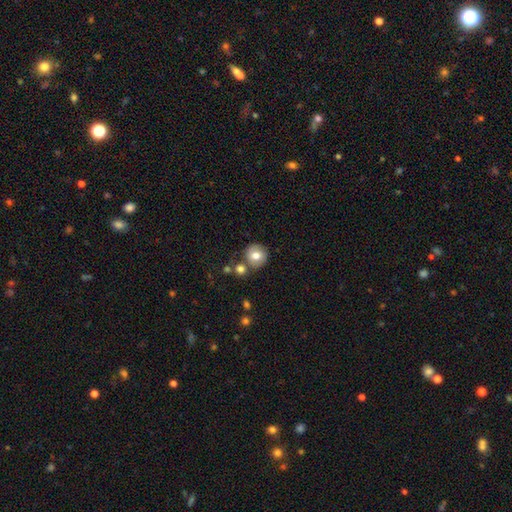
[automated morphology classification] A smooth galaxy with no disk features (74%) that is round (90%). Merging: none (72%).